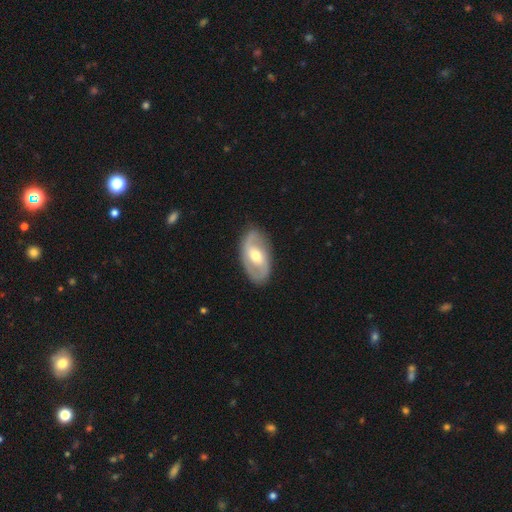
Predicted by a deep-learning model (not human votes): A featured or disk galaxy (76%) with a weak bar (42%), 2 (86%) medium (45%) spiral arms (82%) and a moderate central bulge (70%). Merging: none (84%).